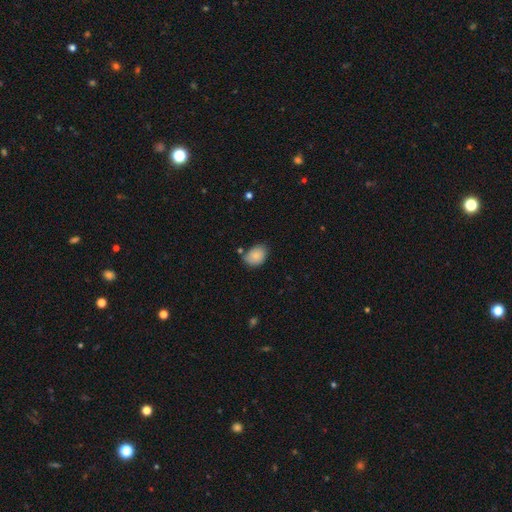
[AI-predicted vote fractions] Smooth or featured? Predicted: smooth (p=0.85). How rounded? Predicted: in between (p=0.72). Merging? Predicted: none (p=0.68).